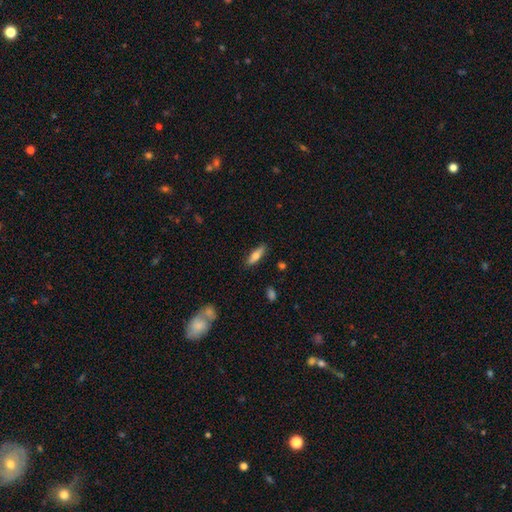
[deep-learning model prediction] Overall: smooth (68%). How rounded: cigar-shaped (51%; in between 47%). Merging: none (85%).